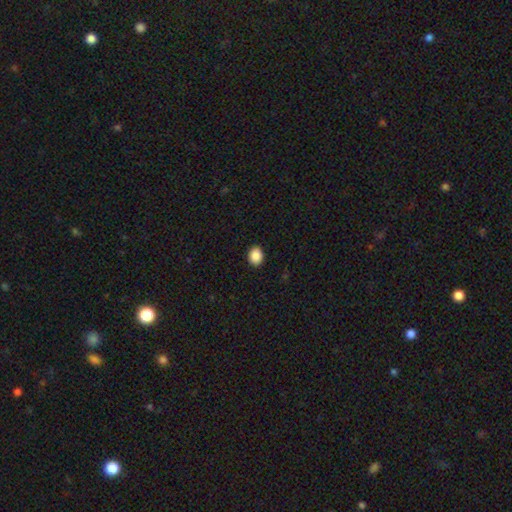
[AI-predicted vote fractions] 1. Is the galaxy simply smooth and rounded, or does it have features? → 89% smooth, 8% star or artifact, 3% featured or disk.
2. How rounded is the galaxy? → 54% round, 45% in between, 1% cigar-shaped.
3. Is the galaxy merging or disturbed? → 91% none, 6% minor disturbance, 2% major disturbance, 1% merger.